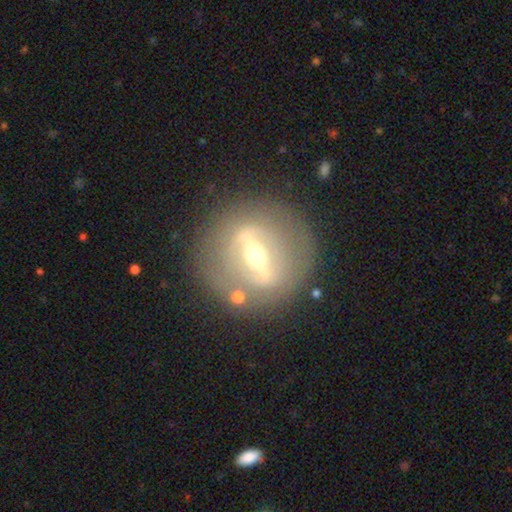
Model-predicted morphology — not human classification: Smooth or featured? featured or disk (79%)
Edge-on disk? no (69%)
Bar? strong (78%)
Spiral arms? no (75%)
Bulge size? moderate (60%)
Merging? none (80%)